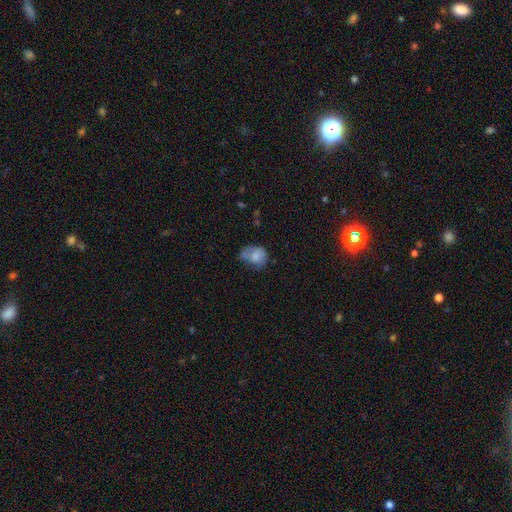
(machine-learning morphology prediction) This is likely a smooth galaxy (72%). How rounded: possibly in between (51%). Merging: marginally none (34%).